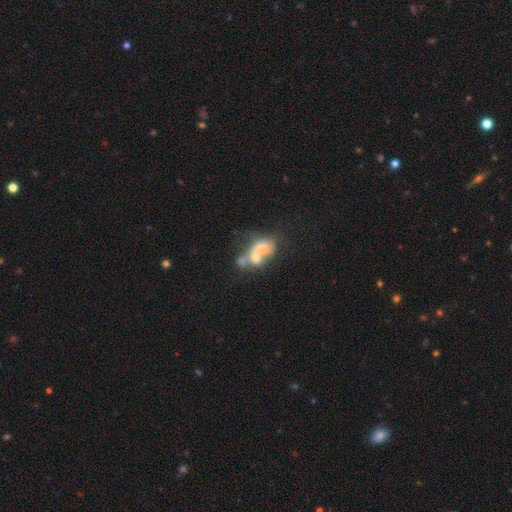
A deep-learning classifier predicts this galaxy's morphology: Smooth or featured? smooth (46%)
Merging? merger (65%)